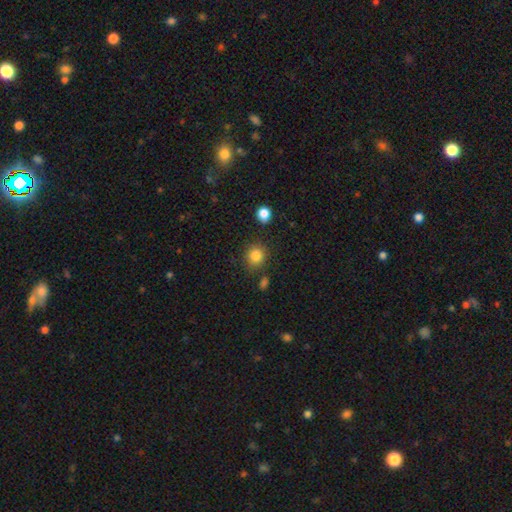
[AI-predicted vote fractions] Smooth or featured? smooth (84%)
How rounded? round (87%)
Merging? none (83%)